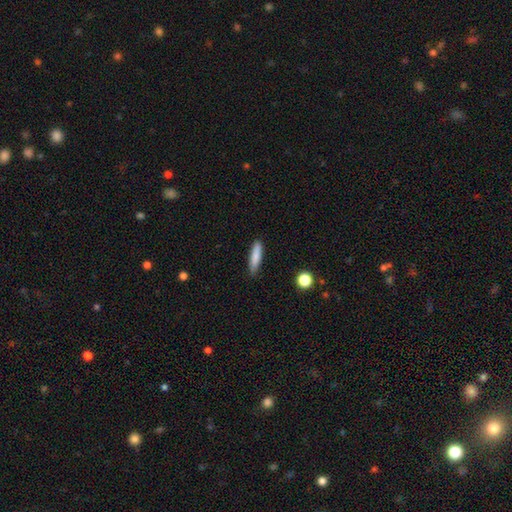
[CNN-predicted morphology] Smooth or featured: smooth — 82% (featured or disk — 11%)
How rounded: cigar-shaped — 80% (in between — 18%)
Merging: none — 86% (minor disturbance — 11%)